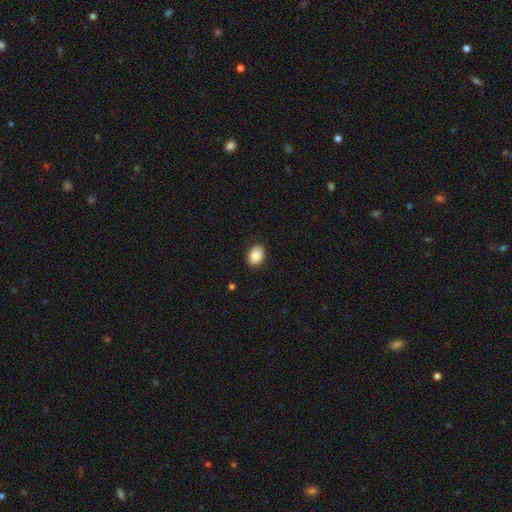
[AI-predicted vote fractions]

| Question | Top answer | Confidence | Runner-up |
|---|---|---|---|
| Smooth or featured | smooth | 88% | star or artifact (8%) |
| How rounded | in between | 67% | round (32%) |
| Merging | none | 88% | minor disturbance (9%) |